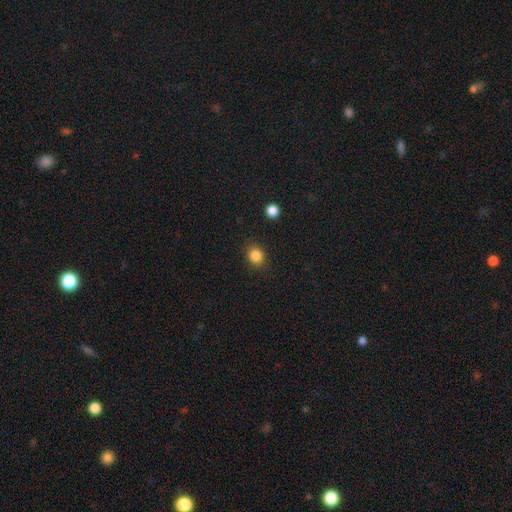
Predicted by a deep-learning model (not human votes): Smooth or featured? smooth (85%)
How rounded? round (69%)
Merging? none (87%)